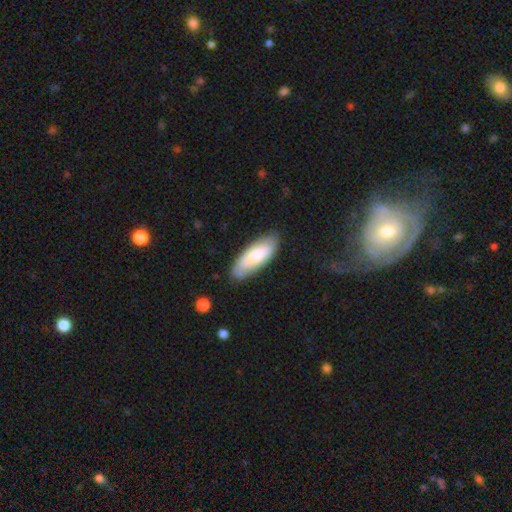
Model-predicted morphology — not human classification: Smooth or featured? Predicted: smooth (p=0.73). How rounded? Predicted: in between (p=0.74). Merging? Predicted: none (p=0.81).